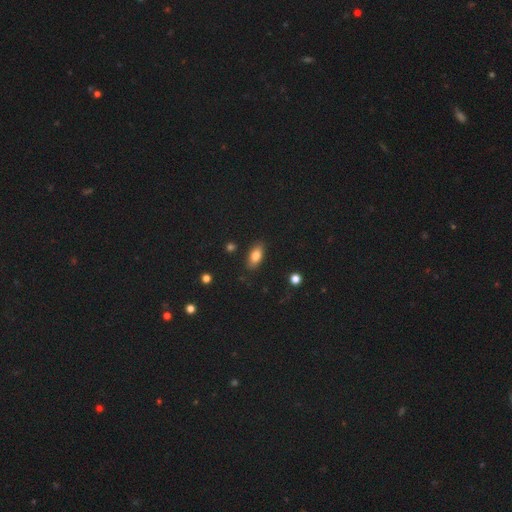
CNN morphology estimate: smooth-or-featured: smooth: 79% | featured or disk: 12% | star or artifact: 9%
  how-rounded: in between: 86% | cigar-shaped: 9% | round: 5%
  merging: none: 85% | minor disturbance: 11% | major disturbance: 2% | merger: 2%